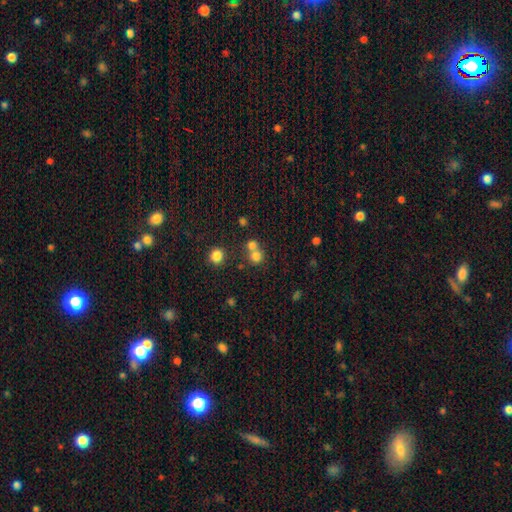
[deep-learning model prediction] Overall: smooth (75%). How rounded: round (87%). Merging: none (46%; merger 45%).